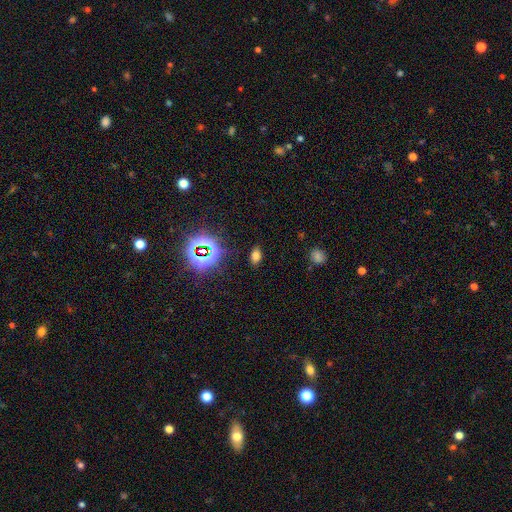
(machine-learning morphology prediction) Smooth or featured? smooth (64%)
How rounded? in between (87%)
Merging? none (85%)